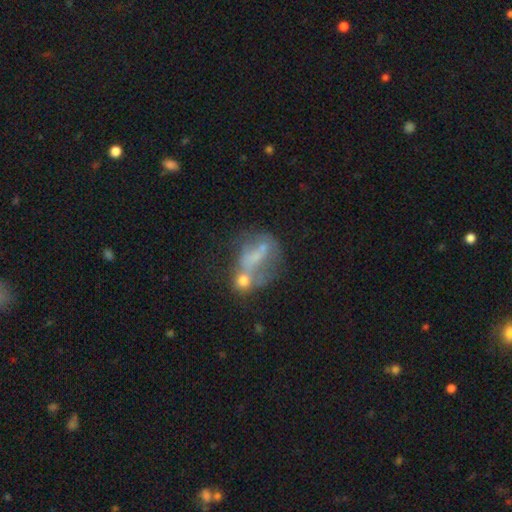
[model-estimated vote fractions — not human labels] Smooth or featured: featured or disk — 46% (smooth — 40%)
Merging: merger — 42% (major disturbance — 23%)